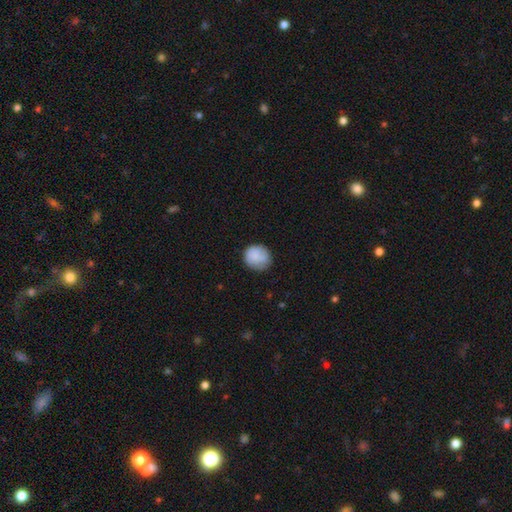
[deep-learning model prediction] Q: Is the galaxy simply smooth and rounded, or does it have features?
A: smooth — 82%.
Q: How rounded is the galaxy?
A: round — 86%.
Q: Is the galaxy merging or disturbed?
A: none — 75%.